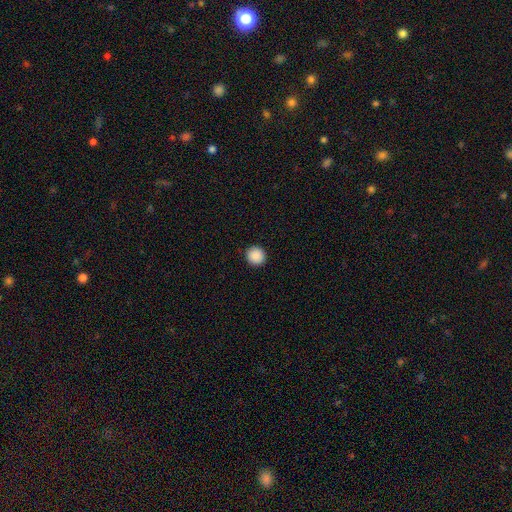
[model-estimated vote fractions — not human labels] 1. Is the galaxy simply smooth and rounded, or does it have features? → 89% smooth, 8% star or artifact, 2% featured or disk.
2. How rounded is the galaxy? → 95% round, 4% in between, 1% cigar-shaped.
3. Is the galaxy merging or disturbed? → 93% none, 4% minor disturbance, 2% major disturbance, 1% merger.